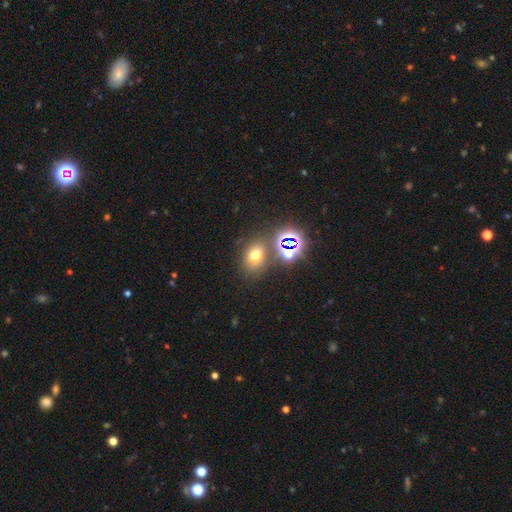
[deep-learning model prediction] Overall: smooth (59%; star or artifact 29%). How rounded: in between (55%; round 44%). Merging: none (69%).